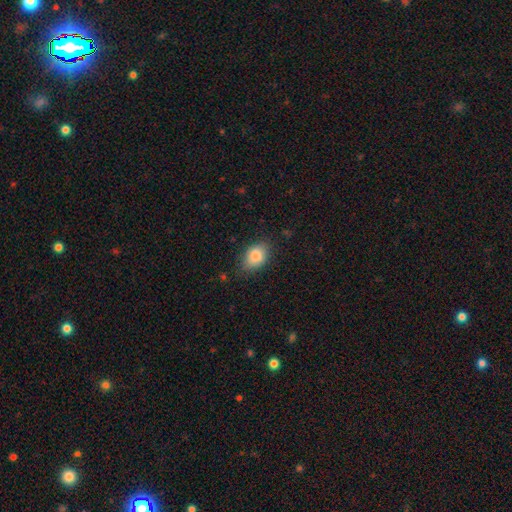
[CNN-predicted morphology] smooth-or-featured: smooth: 85% | star or artifact: 8% | featured or disk: 7%
  how-rounded: in between: 81% | round: 18% | cigar-shaped: 1%
  merging: none: 77% | minor disturbance: 18% | major disturbance: 4% | merger: 1%